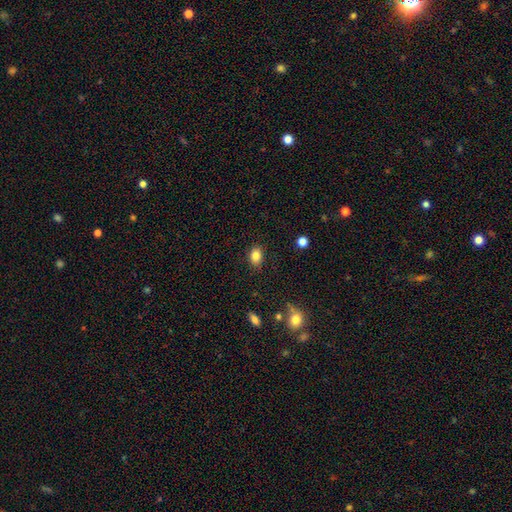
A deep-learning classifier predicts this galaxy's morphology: This is clearly a smooth galaxy (84%). How rounded: likely in between (67%). Merging: clearly none (87%).